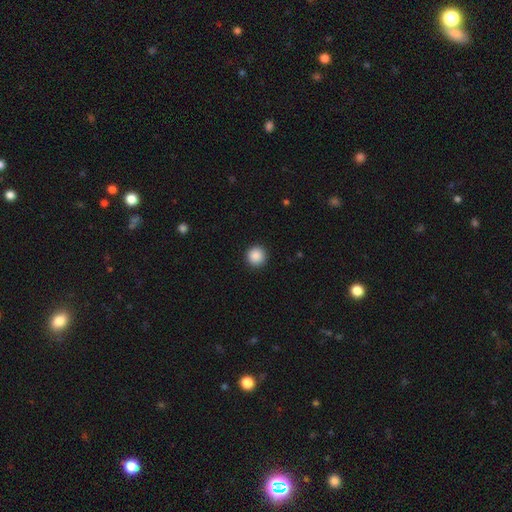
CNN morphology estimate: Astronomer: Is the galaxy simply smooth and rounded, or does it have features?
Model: smooth — 89%.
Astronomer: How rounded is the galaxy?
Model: round — 96%.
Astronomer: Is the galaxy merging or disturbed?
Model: none — 93%.